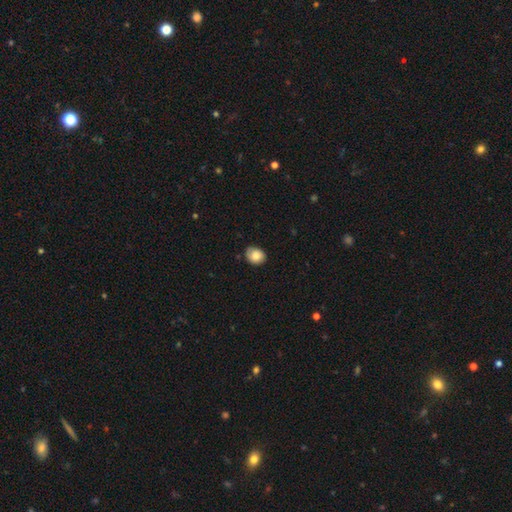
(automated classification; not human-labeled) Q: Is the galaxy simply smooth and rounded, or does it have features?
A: smooth — 83%.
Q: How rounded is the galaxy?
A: round — 52%.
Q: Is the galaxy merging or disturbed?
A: none — 78%.